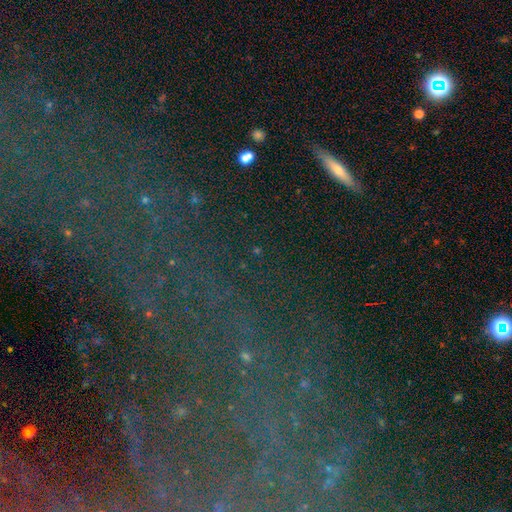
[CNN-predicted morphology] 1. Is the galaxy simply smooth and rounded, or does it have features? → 49% star or artifact, 30% featured or disk, 20% smooth.